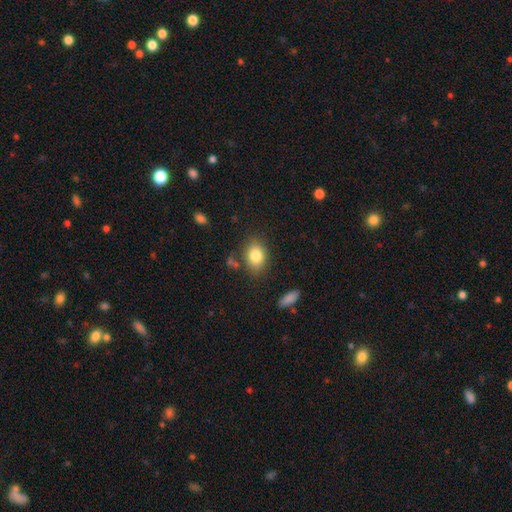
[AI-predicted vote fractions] Morphology: type=smooth (83%); roundness=in between (70%); merging=none (79%).